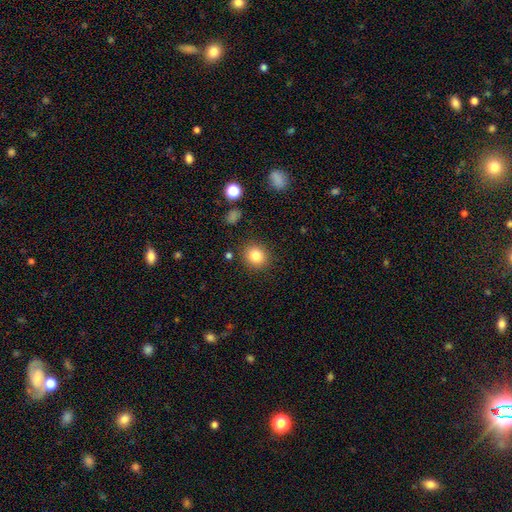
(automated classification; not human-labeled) Smooth or featured: smooth — 83% (star or artifact — 10%)
How rounded: round — 82% (in between — 17%)
Merging: none — 88% (minor disturbance — 8%)